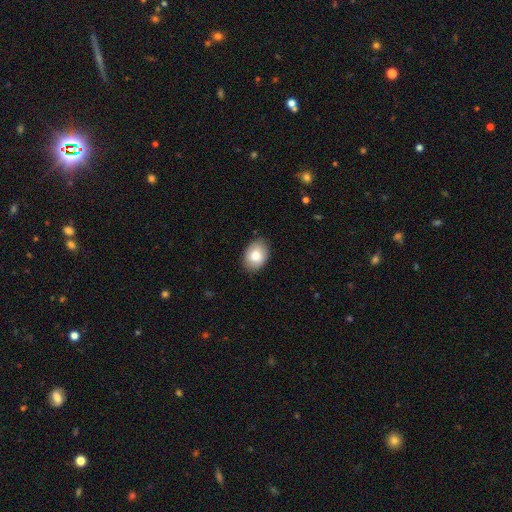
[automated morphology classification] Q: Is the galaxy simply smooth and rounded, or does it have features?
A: smooth — 82%.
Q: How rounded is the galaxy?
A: in between — 80%.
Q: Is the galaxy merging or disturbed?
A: none — 84%.